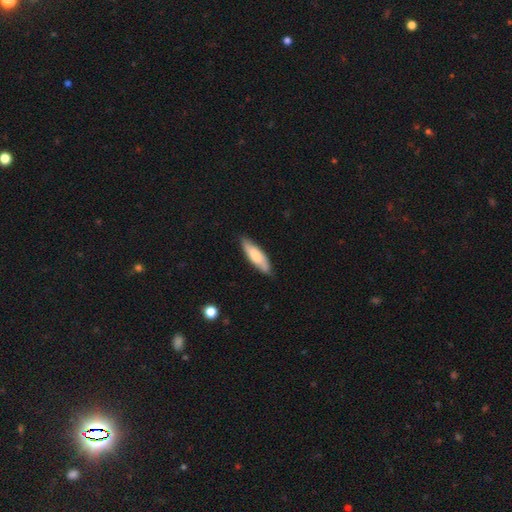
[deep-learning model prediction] Smooth or featured?
  - smooth: 69% *
  - featured or disk: 26%
  - star or artifact: 5%
How rounded?
  - cigar-shaped: 52% *
  - in between: 47%
  - round: 2%
Merging?
  - none: 81% *
  - minor disturbance: 15%
  - major disturbance: 2%
  - merger: 1%